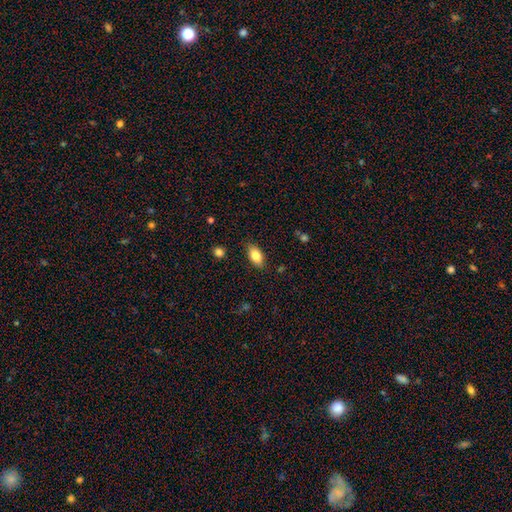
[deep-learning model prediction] A smooth galaxy with no disk features (82%) that is in between round and cigar-shaped (91%).

Vote fractions:
- Smooth or featured? smooth: 82% / featured or disk: 10% / star or artifact: 7%
- How rounded? in between: 91% / cigar-shaped: 4% / round: 4%
- Merging? none: 85% / minor disturbance: 11% / major disturbance: 2% / merger: 1%